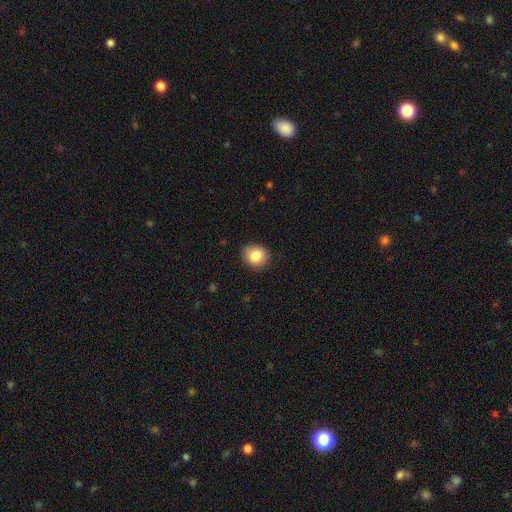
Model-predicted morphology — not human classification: This is clearly a smooth galaxy (85%). How rounded: likely round (76%). Merging: clearly none (86%).